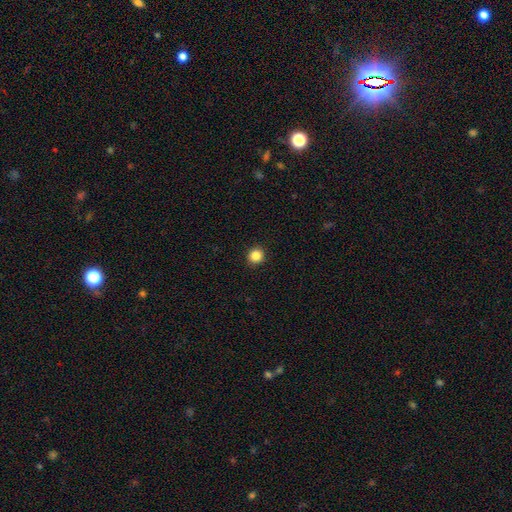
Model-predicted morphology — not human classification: smooth 86%, star or artifact 11%, featured or disk 3%. Down the decision tree: how rounded — round (93%); merging — none (93%).